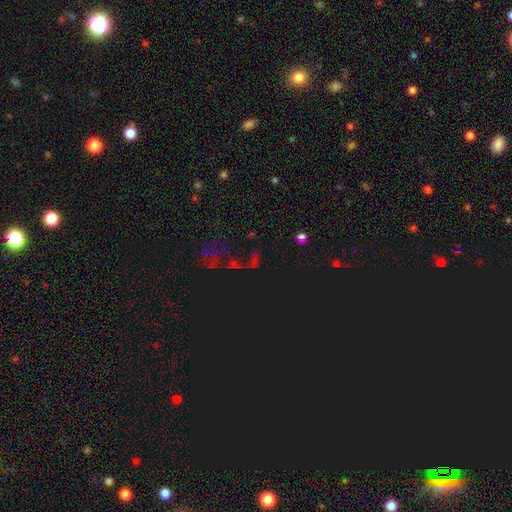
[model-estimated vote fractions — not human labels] smooth-or-featured: star or artifact: 69% | smooth: 18% | featured or disk: 14%